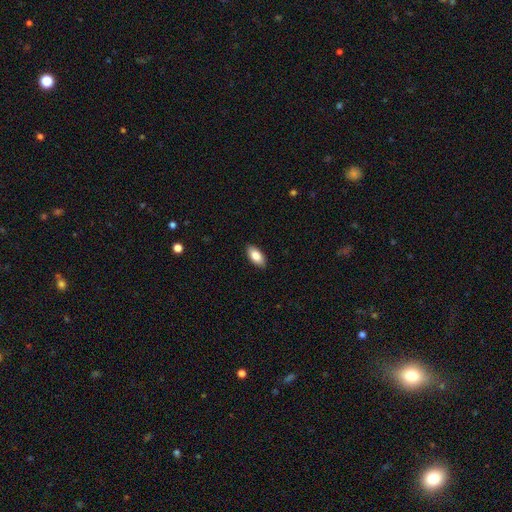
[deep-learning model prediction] Overall: smooth (85%). How rounded: in between (92%). Merging: none (89%).